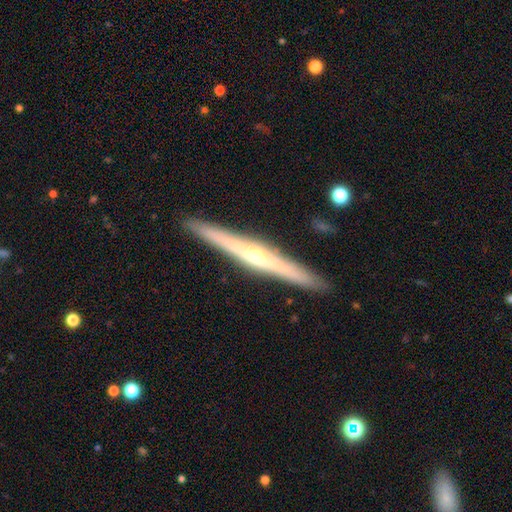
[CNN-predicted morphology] The model was most divided on "smooth or featured": featured or disk: 78%, smooth: 16%, star or artifact: 5%. More confident: edge-on disk — yes (98%); merging — none (92%); edge-on bulge — rounded (82%).